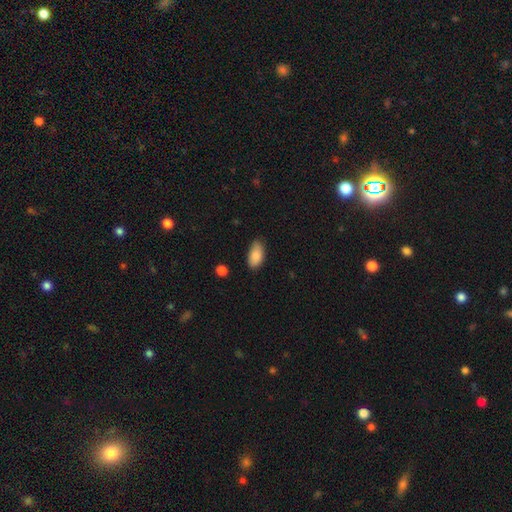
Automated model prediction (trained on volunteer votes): Smooth or featured: smooth — 87% (star or artifact — 7%)
How rounded: in between — 93% (cigar-shaped — 4%)
Merging: none — 71% (minor disturbance — 24%)